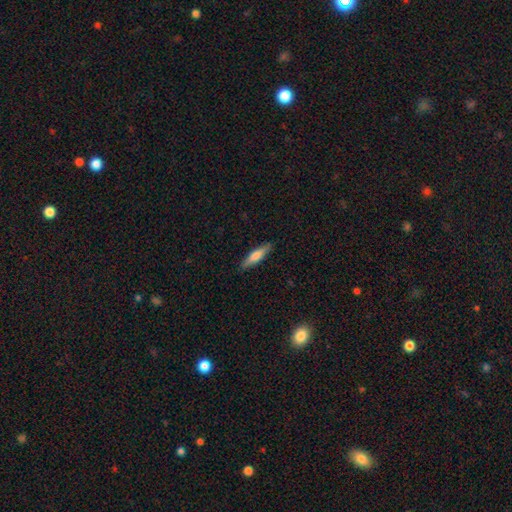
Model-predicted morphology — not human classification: Overall: smooth (62%; featured or disk 33%). How rounded: cigar-shaped (76%). Merging: none (89%).